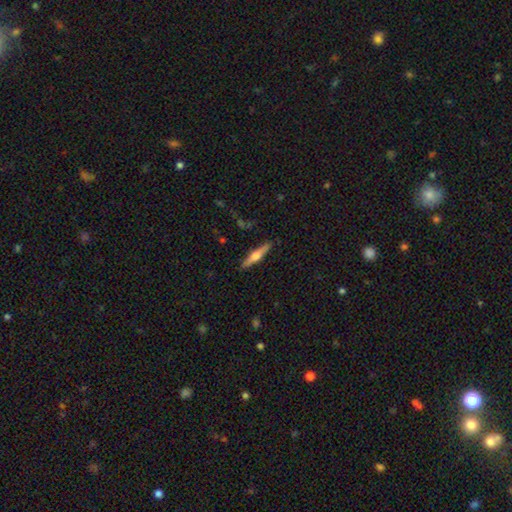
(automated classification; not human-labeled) Morphology: type=featured or disk (61%); edge-on=yes (97%); edge-on bulge=rounded (92%); merging=none (89%).